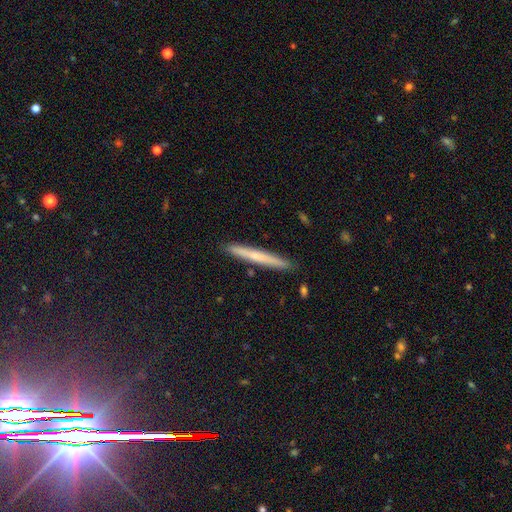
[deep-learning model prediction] This appears to be a smooth galaxy with no disk features (56%) that is cigar-shaped (97%). Merging: none (91%).